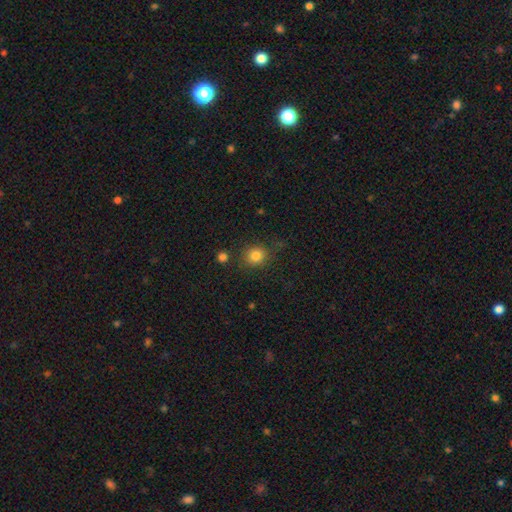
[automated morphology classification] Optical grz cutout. It shows a smooth galaxy with no disk features (82%) that is round (77%). Merging: none (79%).